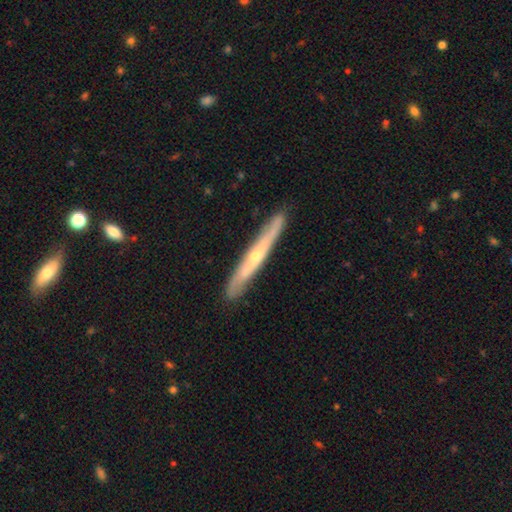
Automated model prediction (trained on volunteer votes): Morphology: type=featured or disk (67%); edge-on=yes (90%); edge-on bulge=rounded (71%); merging=none (88%).